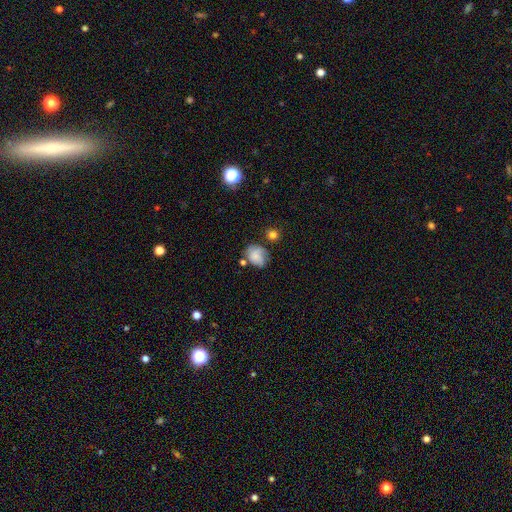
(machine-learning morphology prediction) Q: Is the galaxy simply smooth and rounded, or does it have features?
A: smooth — 68%.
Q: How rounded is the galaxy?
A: in between — 52%.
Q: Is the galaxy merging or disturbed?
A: none — 50%.